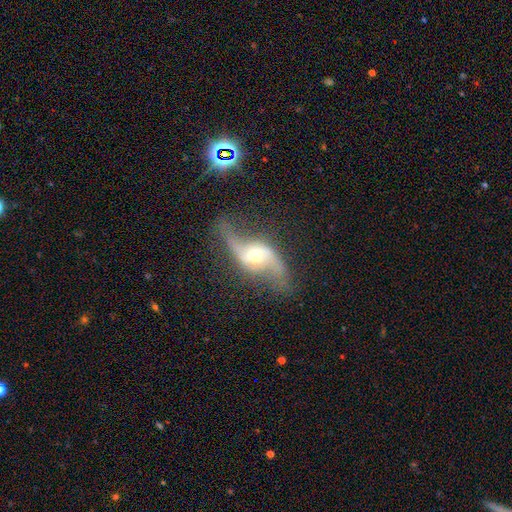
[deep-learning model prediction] A featured or disk galaxy (87%) with no bar (51%), 2 (93%) loose (85%) spiral arms (95%) and a moderate central bulge (59%).

Vote fractions:
- Smooth or featured? featured or disk: 87% / smooth: 7% / star or artifact: 6%
- Edge-on disk? no: 93% / yes: 7%
- Bar? no: 51% / weak: 32% / strong: 17%
- Spiral arms? yes: 95% / no: 5%
- Spiral winding? loose: 85% / medium: 12% / tight: 3%
- Spiral arm count? 2: 93% / 1: 2% / can't tell: 2% / 3: 1% / 4: 1% / more than 4: 1%
- Bulge size? moderate: 59% / small: 34% / large: 5% / dominant: 1% / none: 1%
- Merging? none: 65% / minor disturbance: 18% / major disturbance: 14% / merger: 3%